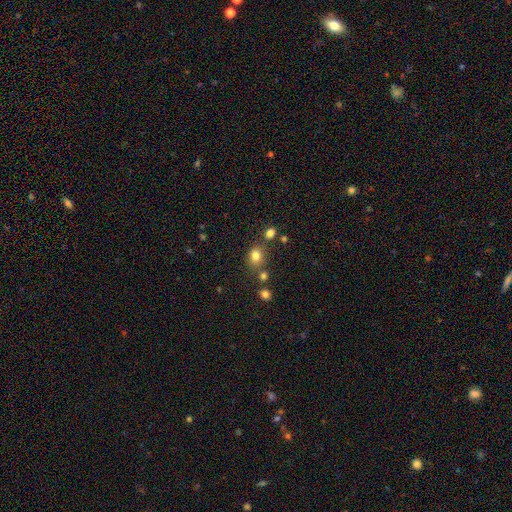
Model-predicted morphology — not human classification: type=smooth (79%); roundness=round (61%); merging=none (69%).